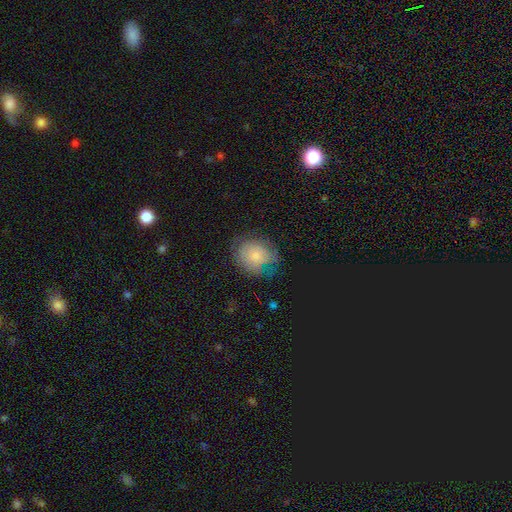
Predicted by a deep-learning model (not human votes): The model was most divided on "how rounded": round: 59%, in between: 40%, cigar-shaped: 1%. More confident: smooth or featured — smooth (68%); merging — none (60%).